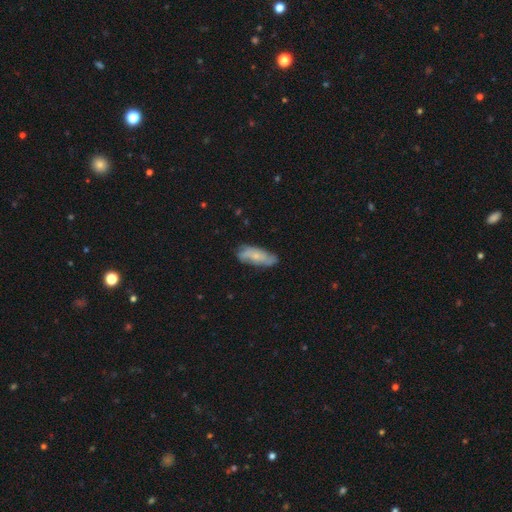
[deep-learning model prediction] smooth_or_featured: smooth (p=0.48) [alt: featured or disk p=0.45]
merging: none (p=0.70) [alt: minor disturbance p=0.23]